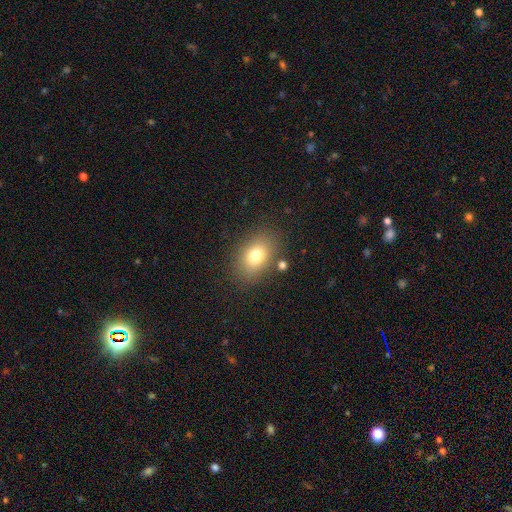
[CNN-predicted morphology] This is likely a smooth galaxy (76%). How rounded: likely in between (77%). Merging: clearly none (81%).